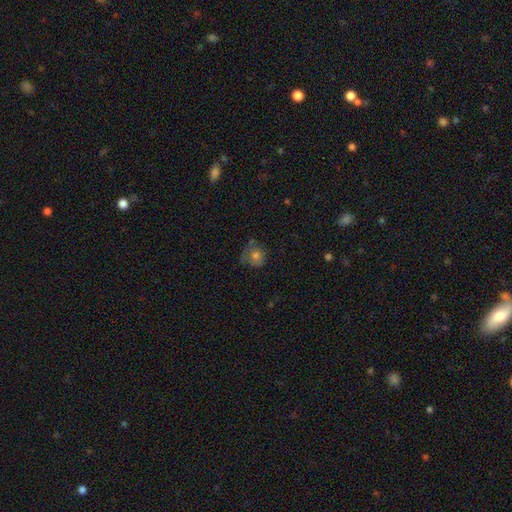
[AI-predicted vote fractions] A smooth galaxy with no disk features (68%) that is round (81%). Merging: none (57%).